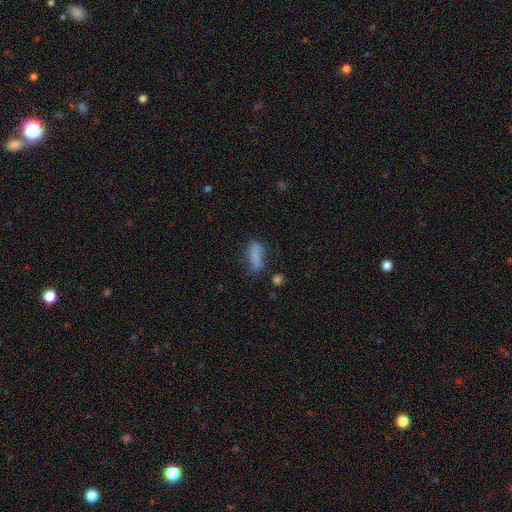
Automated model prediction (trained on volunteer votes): Morphology: type=smooth (77%); roundness=in between (66%); merging=none (53%).